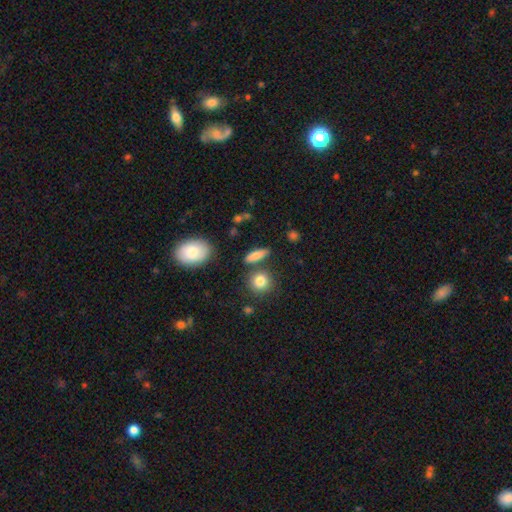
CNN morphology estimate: This is likely a smooth galaxy (74%). How rounded: possibly in between (45%, tied with cigar-shaped). Merging: likely none (78%).